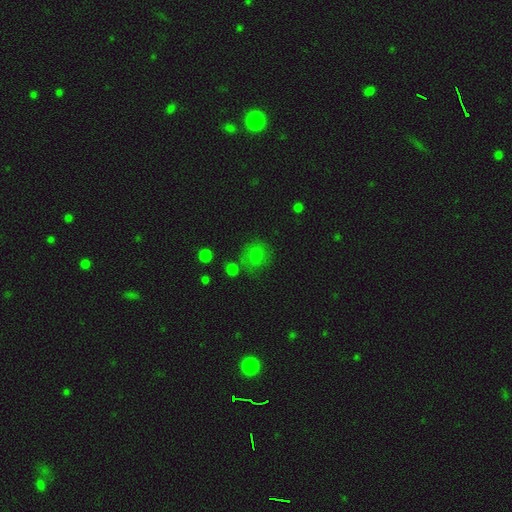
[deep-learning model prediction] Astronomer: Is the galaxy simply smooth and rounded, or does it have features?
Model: smooth — 71%.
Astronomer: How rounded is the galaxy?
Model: round — 77%.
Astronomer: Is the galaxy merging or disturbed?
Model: none — 67%.